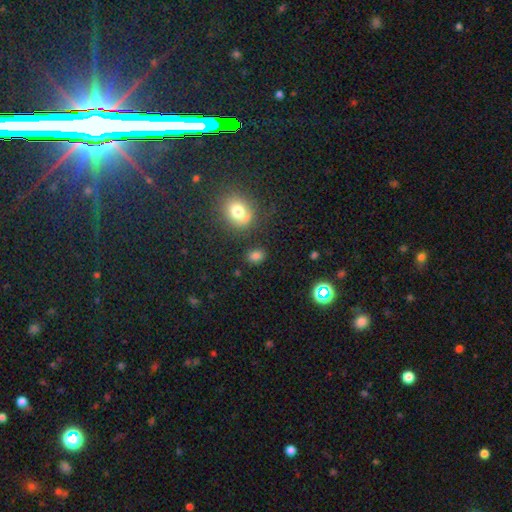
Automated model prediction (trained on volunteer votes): smooth-or-featured: smooth: 79% | star or artifact: 16% | featured or disk: 6%
  how-rounded: in between: 60% | round: 39% | cigar-shaped: 2%
  merging: none: 82% | minor disturbance: 10% | merger: 4% | major disturbance: 3%